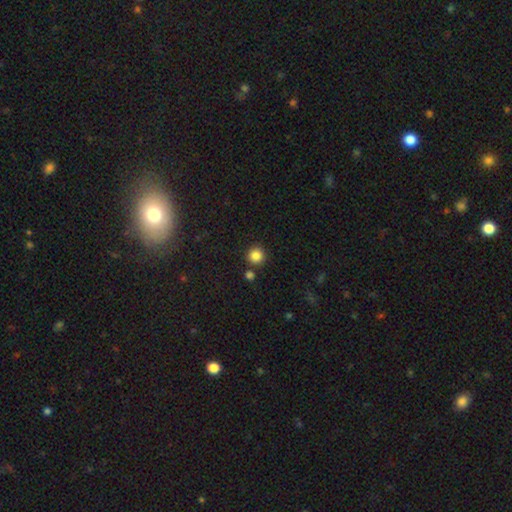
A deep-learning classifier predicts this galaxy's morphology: type=smooth (85%); roundness=round (94%); merging=none (84%).